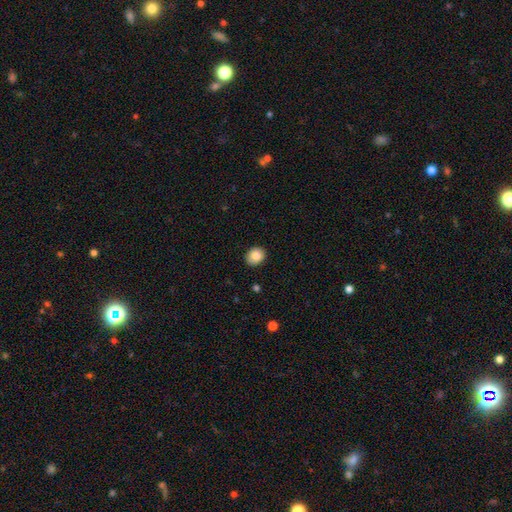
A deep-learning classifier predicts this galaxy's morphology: Smooth or featured: smooth — 84% (star or artifact — 8%)
How rounded: round — 58% (in between — 41%)
Merging: none — 87% (minor disturbance — 10%)